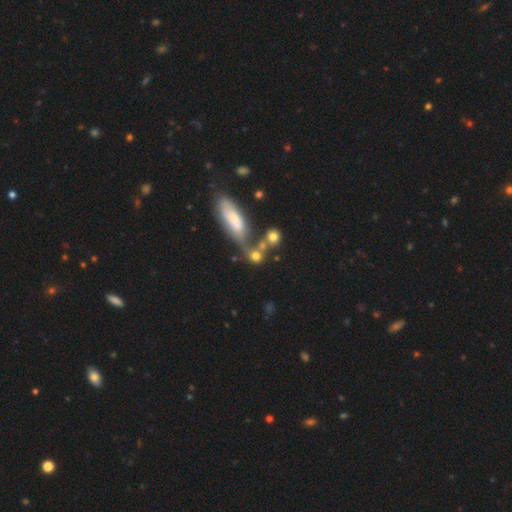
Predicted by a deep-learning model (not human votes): Smooth or featured?
  - smooth: 68% *
  - featured or disk: 18%
  - star or artifact: 14%
How rounded?
  - round: 68% *
  - in between: 24%
  - cigar-shaped: 8%
Merging?
  - merger: 44% *
  - none: 36%
  - minor disturbance: 10%
  - major disturbance: 9%